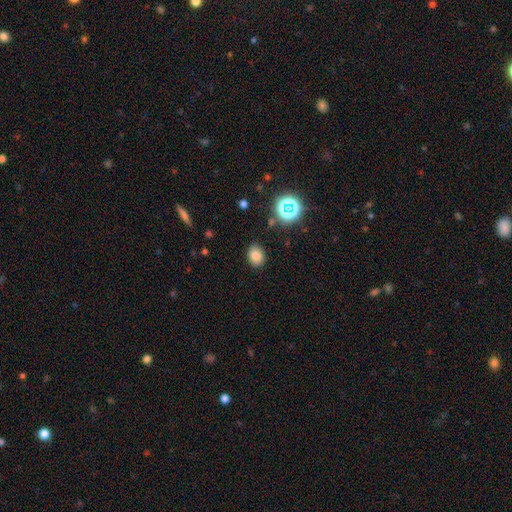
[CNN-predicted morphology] smooth-or-featured: smooth: 78% | star or artifact: 15% | featured or disk: 7%
  how-rounded: in between: 58% | round: 41% | cigar-shaped: 1%
  merging: none: 84% | minor disturbance: 11% | major disturbance: 3% | merger: 2%